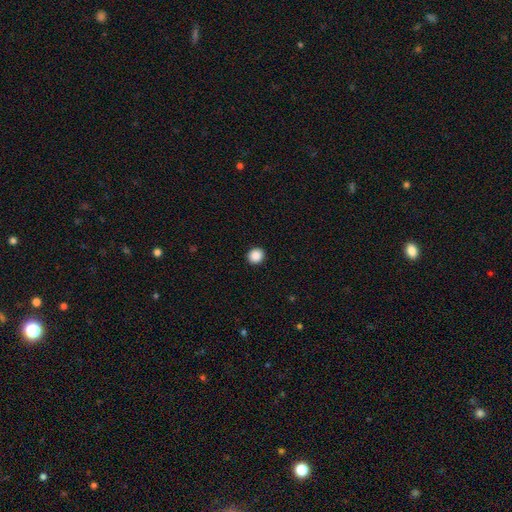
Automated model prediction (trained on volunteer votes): The model was most divided on "smooth or featured": smooth: 89%, star or artifact: 9%, featured or disk: 2%. More confident: merging — none (93%); how rounded — round (90%).